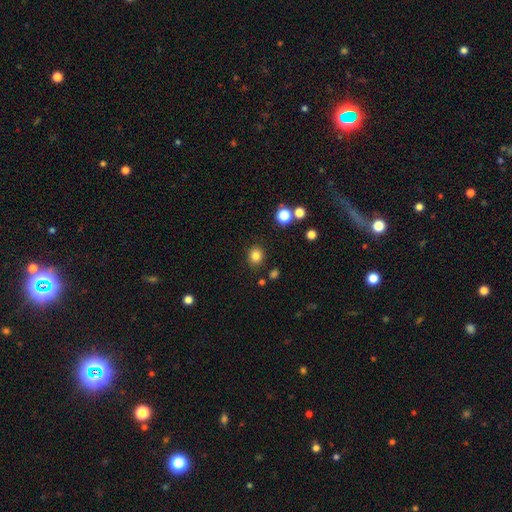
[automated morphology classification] smooth-or-featured: smooth: 83% | star or artifact: 12% | featured or disk: 5%
  how-rounded: round: 78% | in between: 21% | cigar-shaped: 1%
  merging: none: 87% | minor disturbance: 8% | merger: 3% | major disturbance: 3%